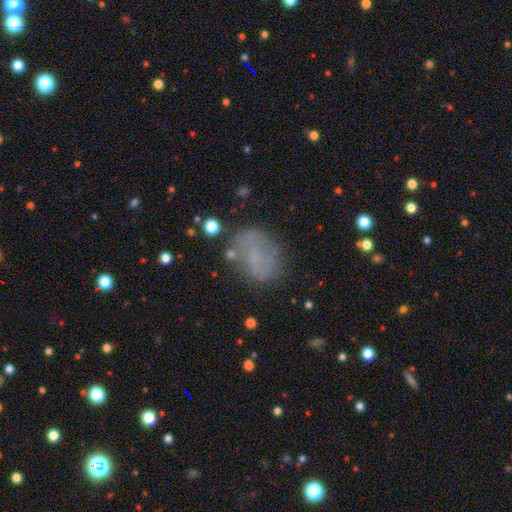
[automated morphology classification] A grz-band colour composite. It shows a smooth galaxy with no disk features (57%) that is in between round and cigar-shaped (71%). Merging: none (68%).